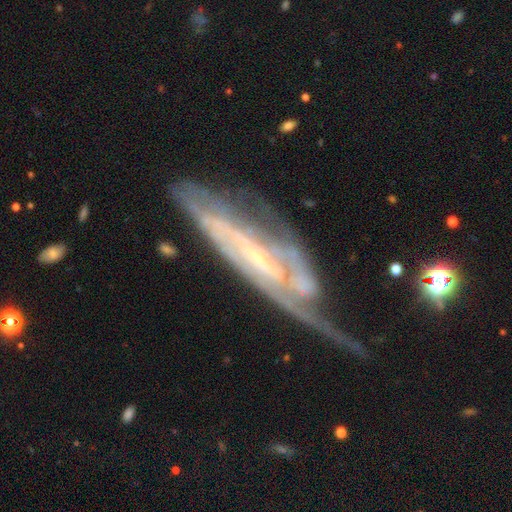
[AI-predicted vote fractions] This appears to be a featured or disk galaxy (85%) with a strong bar (37%), 2 (37%) tight (49%) spiral arms (92%) and a small central bulge (70%). Merging: none (41%).